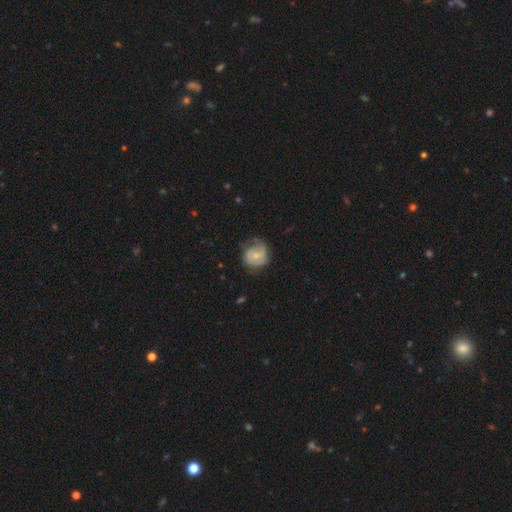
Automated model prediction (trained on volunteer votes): A featured or disk galaxy (50%).

Vote fractions:
- Smooth or featured? featured or disk: 50% / smooth: 43% / star or artifact: 7%
- Edge-on disk? no: 97% / yes: 3%
- Merging? none: 53% / minor disturbance: 30% / major disturbance: 15% / merger: 1%